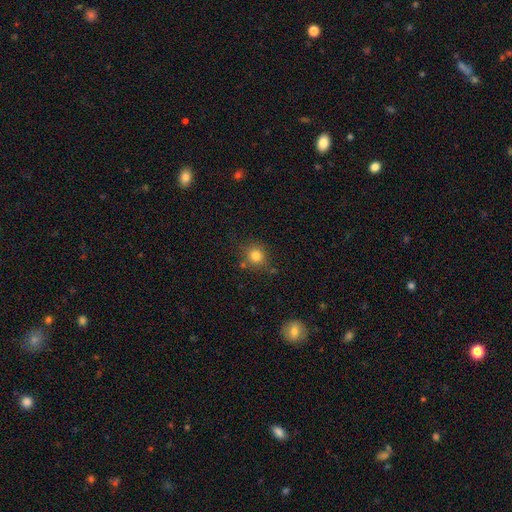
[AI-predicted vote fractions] A smooth galaxy with no disk features (81%) that is round (87%).

Vote fractions:
- Smooth or featured? smooth: 81% / star or artifact: 12% / featured or disk: 7%
- How rounded? round: 87% / in between: 12% / cigar-shaped: 1%
- Merging? none: 77% / minor disturbance: 12% / merger: 7% / major disturbance: 3%